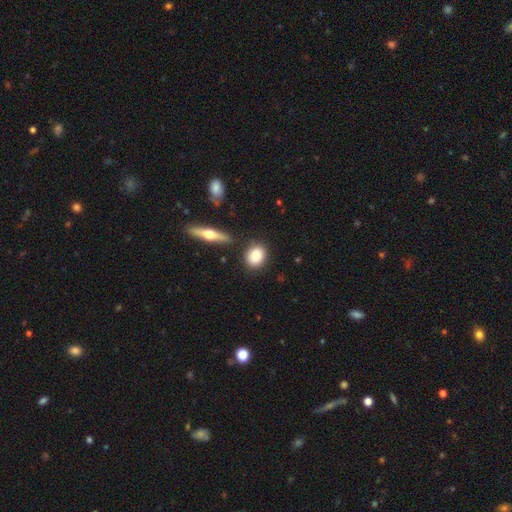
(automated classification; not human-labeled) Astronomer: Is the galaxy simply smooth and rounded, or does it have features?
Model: smooth — 84%.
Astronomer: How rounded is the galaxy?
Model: round — 52% (runner-up: in between, 45%).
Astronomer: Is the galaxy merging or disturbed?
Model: none — 79%.